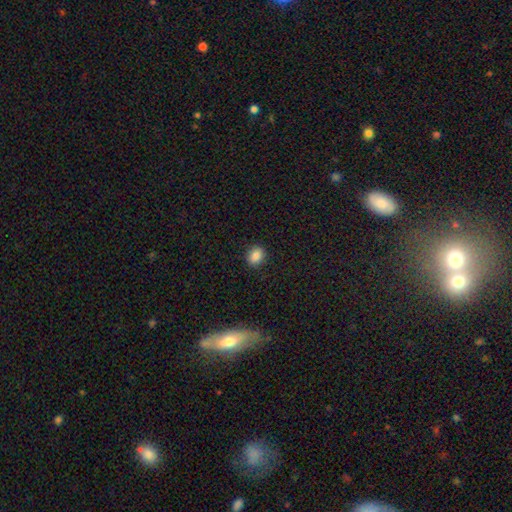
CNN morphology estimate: A smooth galaxy with no disk features (86%) that is in between round and cigar-shaped (52%).

Vote fractions:
- Smooth or featured? smooth: 86% / star or artifact: 10% / featured or disk: 4%
- How rounded? in between: 52% / round: 47% / cigar-shaped: 1%
- Merging? none: 89% / minor disturbance: 8% / major disturbance: 2% / merger: 1%